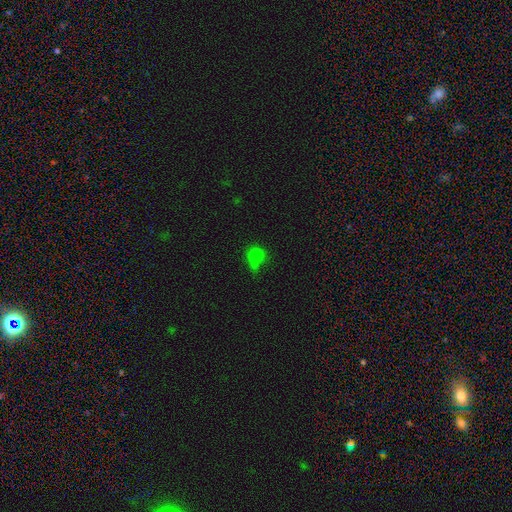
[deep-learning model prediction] Smooth or featured? smooth (70%)
How rounded? in between (50%)
Merging? none (35%)